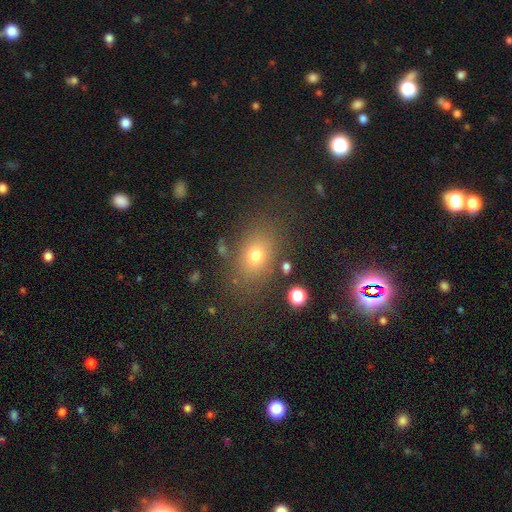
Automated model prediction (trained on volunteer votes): smooth 71%, star or artifact 16%, featured or disk 13%. Down the decision tree: how rounded — in between (67%); merging — none (77%).